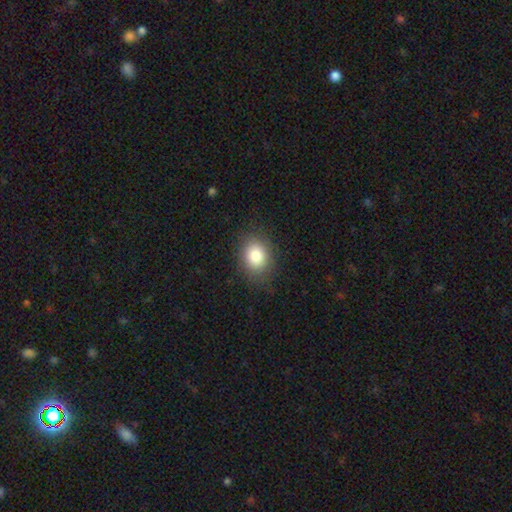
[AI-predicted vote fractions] Smooth or featured: smooth — 82% (star or artifact — 10%)
How rounded: round — 51% (in between — 48%)
Merging: none — 84% (minor disturbance — 11%)